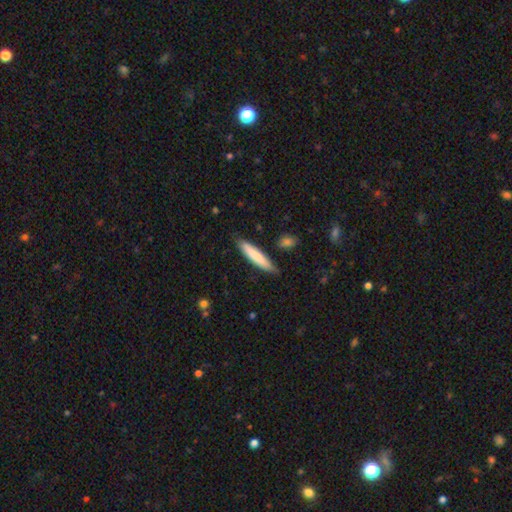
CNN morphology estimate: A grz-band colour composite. It shows a smooth galaxy with no disk features (78%) that is cigar-shaped (86%). Merging: none (84%).